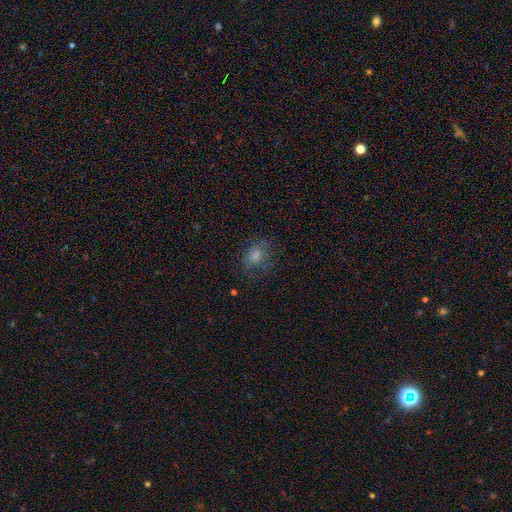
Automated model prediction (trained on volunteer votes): This appears to be a smooth galaxy with no disk features (73%) that is in between round and cigar-shaped (64%). Merging: none (63%).